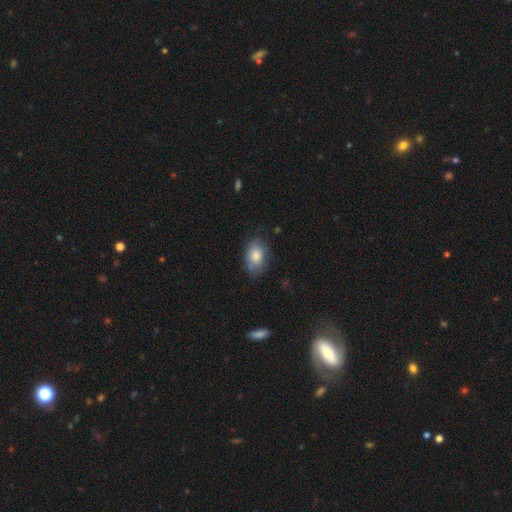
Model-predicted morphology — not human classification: This appears to be a smooth galaxy with no disk features (77%) that is in between round and cigar-shaped (84%). Merging: none (71%).